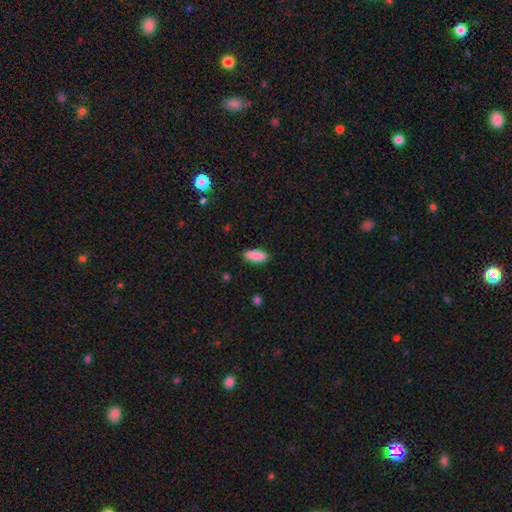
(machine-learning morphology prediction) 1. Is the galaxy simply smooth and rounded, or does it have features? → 90% smooth, 6% star or artifact, 4% featured or disk.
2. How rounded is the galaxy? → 78% in between, 20% cigar-shaped, 2% round.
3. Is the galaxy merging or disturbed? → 88% none, 9% minor disturbance, 2% major disturbance, 1% merger.